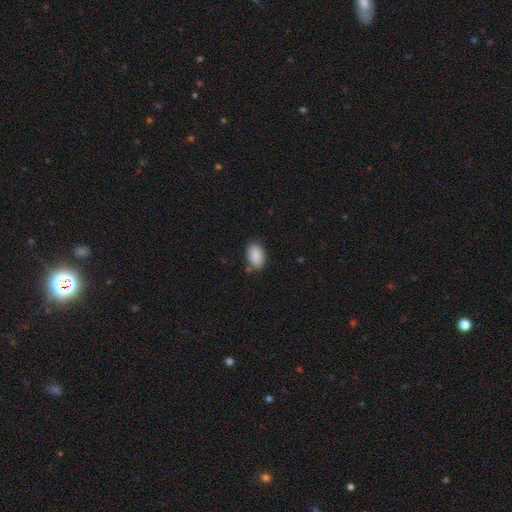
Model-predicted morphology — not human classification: Q: Smooth or featured?
A: smooth (89%); runner-up: star or artifact (7%)
Q: How rounded?
A: in between (91%); runner-up: round (8%)
Q: Merging?
A: none (79%); runner-up: minor disturbance (14%)